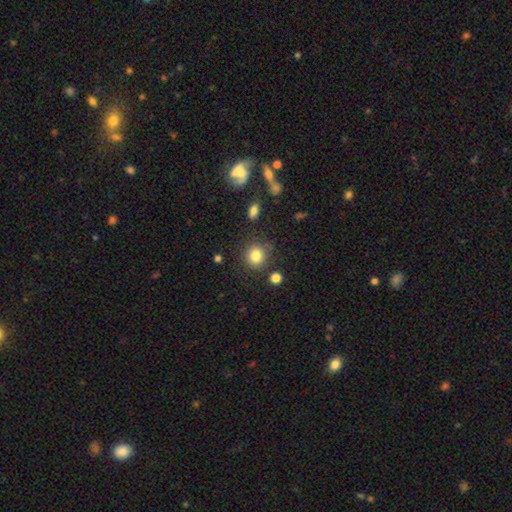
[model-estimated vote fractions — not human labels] A smooth galaxy with no disk features (83%) that is round (88%).

Vote fractions:
- Smooth or featured? smooth: 83% / star or artifact: 11% / featured or disk: 6%
- How rounded? round: 88% / in between: 11% / cigar-shaped: 1%
- Merging? none: 81% / minor disturbance: 11% / merger: 4% / major disturbance: 4%